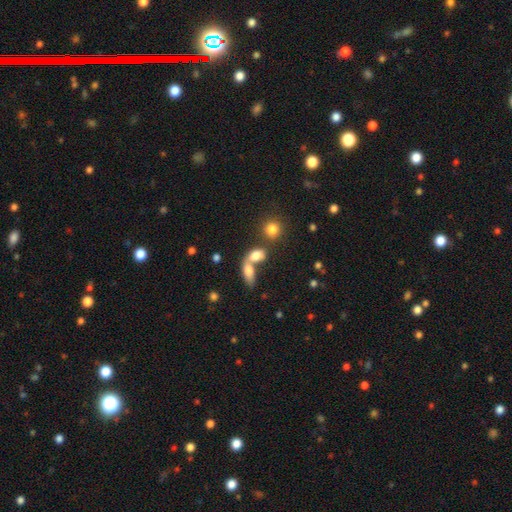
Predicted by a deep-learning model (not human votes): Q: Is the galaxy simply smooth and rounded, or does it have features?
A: smooth — 76%.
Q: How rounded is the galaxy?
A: in between — 78%.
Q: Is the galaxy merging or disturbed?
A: merger — 63%.